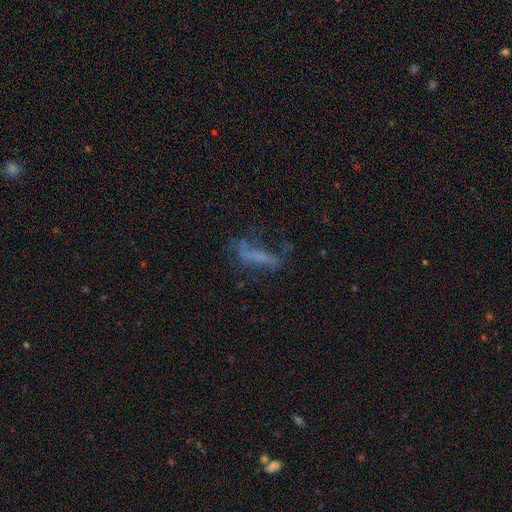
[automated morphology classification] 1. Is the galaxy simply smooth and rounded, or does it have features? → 40% featured or disk (tied), 40% smooth (tied), 19% star or artifact.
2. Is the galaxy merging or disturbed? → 39% none, 33% major disturbance, 23% minor disturbance, 6% merger.